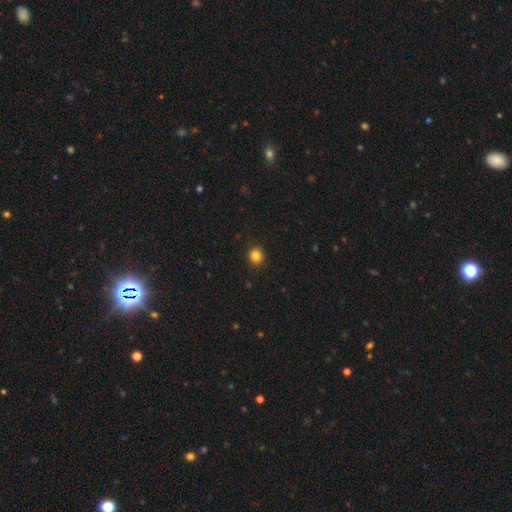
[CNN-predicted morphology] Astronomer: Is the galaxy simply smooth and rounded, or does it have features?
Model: smooth — 84%.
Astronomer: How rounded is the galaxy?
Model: round — 88%.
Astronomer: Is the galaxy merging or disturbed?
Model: none — 91%.